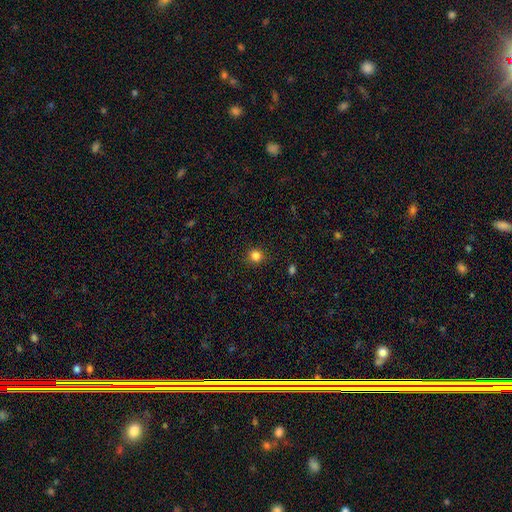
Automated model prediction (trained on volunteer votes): This appears to be a smooth galaxy with no disk features (83%) that is round (90%). Merging: none (90%).